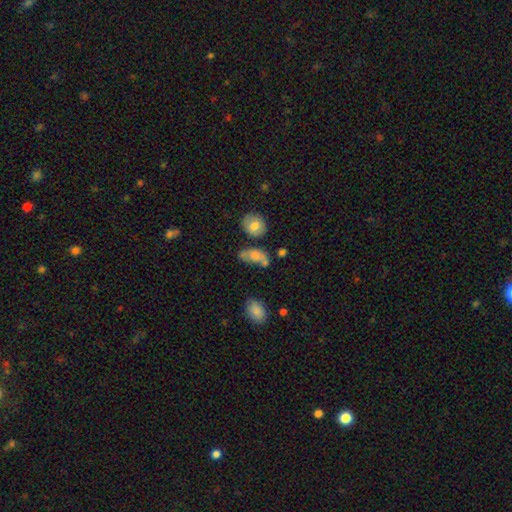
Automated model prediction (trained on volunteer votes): A smooth galaxy with no disk features (67%) that is in between round and cigar-shaped (81%). Merging: none (40%).